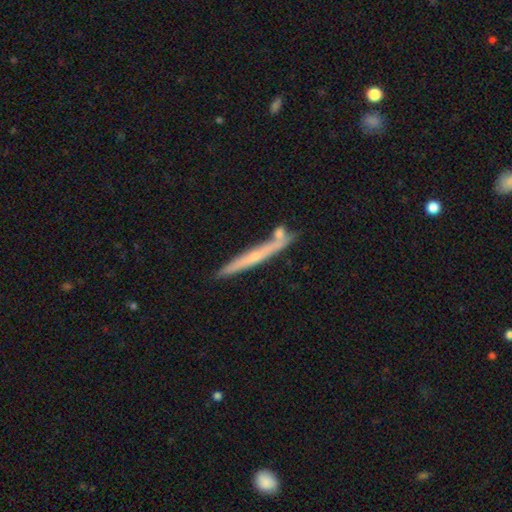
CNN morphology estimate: Smooth or featured? Predicted: featured or disk (p=0.55). Edge-on disk? Predicted: yes (p=0.95). Edge-on bulge? Predicted: none (p=0.54). Merging? Predicted: none (p=0.74).